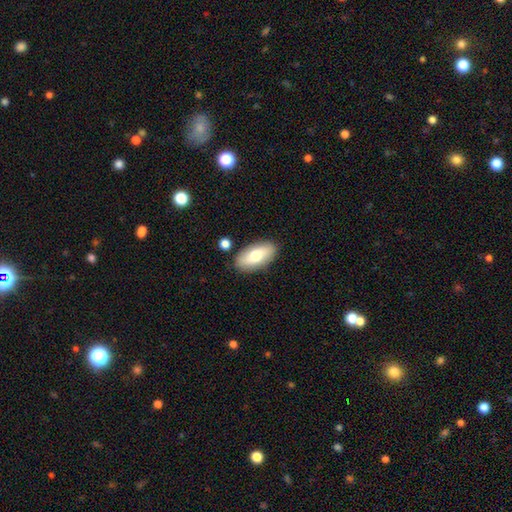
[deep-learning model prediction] smooth-or-featured: smooth: 70% | featured or disk: 23% | star or artifact: 6%
  how-rounded: in between: 91% | cigar-shaped: 6% | round: 3%
  merging: none: 84% | minor disturbance: 10% | merger: 3% | major disturbance: 2%